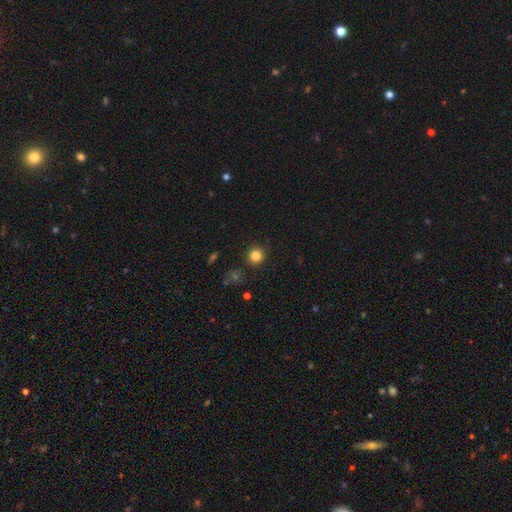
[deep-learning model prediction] Morphology: type=smooth (83%); roundness=round (94%); merging=none (91%).